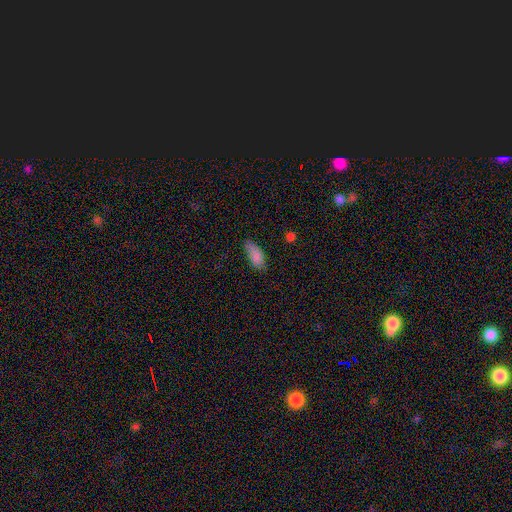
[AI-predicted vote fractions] A smooth galaxy with no disk features (84%) that is in between round and cigar-shaped (85%). Merging: none (57%).